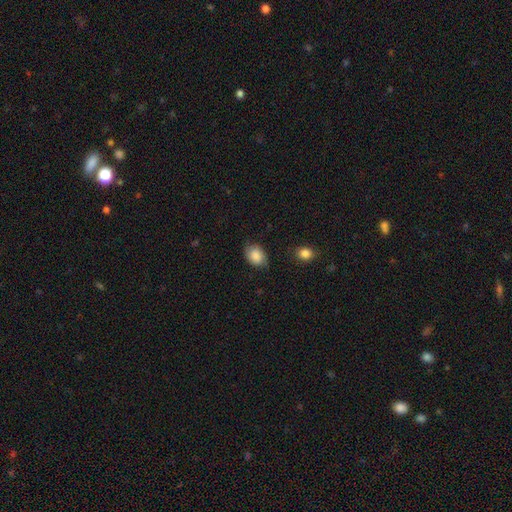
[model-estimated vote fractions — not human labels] Smooth or featured: smooth — 82% (featured or disk — 11%)
How rounded: in between — 73% (round — 26%)
Merging: none — 75% (minor disturbance — 19%)